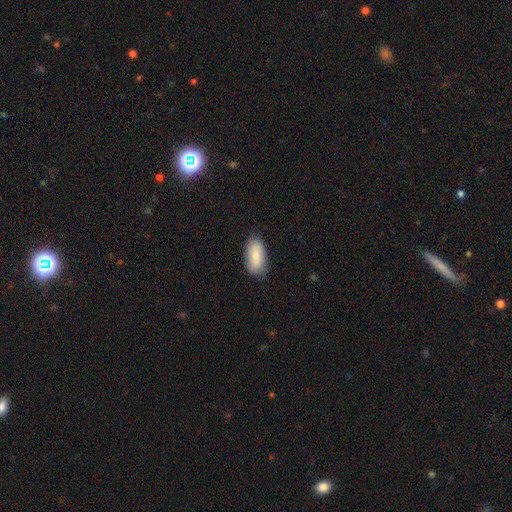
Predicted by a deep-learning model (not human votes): Overall: smooth (83%). How rounded: in between (90%). Merging: none (81%).